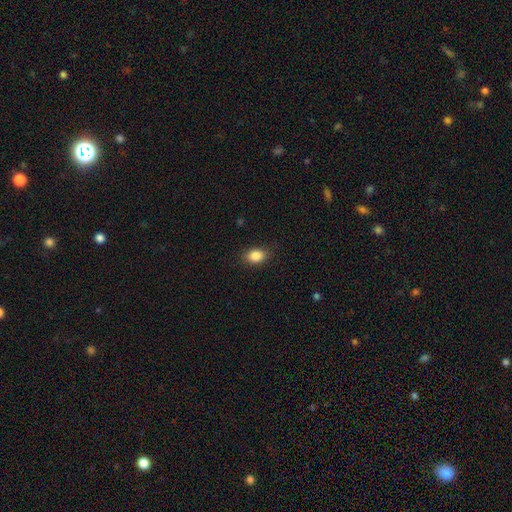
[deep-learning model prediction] This appears to be a smooth galaxy with no disk features (87%) that is in between round and cigar-shaped (77%). Merging: none (85%).